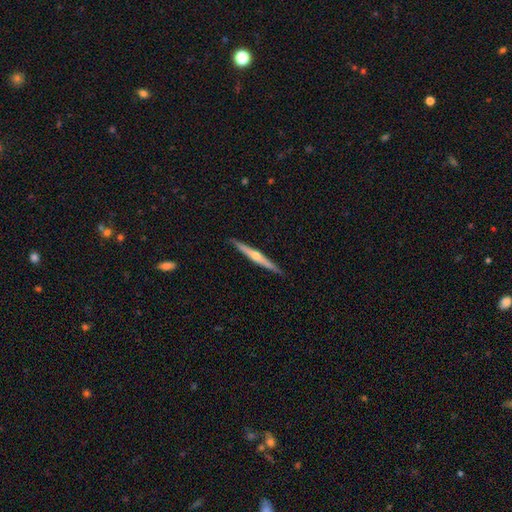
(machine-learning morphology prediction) Smooth or featured: featured or disk — 69% (smooth — 25%)
Edge-on disk: yes — 97% (no — 3%)
Edge-on bulge: rounded — 85% (none — 12%)
Merging: none — 90% (minor disturbance — 8%)